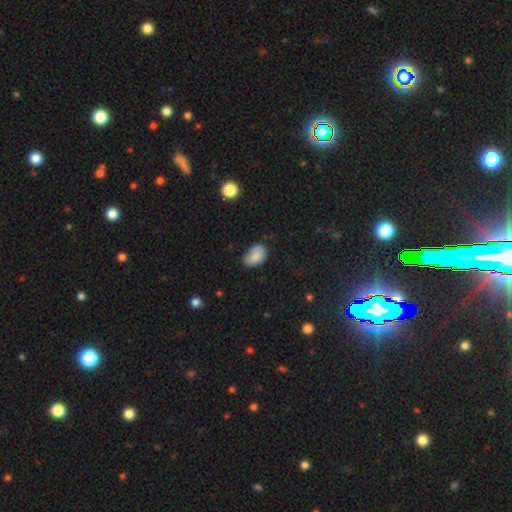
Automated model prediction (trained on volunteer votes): smooth 83%, star or artifact 9%, featured or disk 9%. Down the decision tree: how rounded — in between (84%); merging — none (54%).